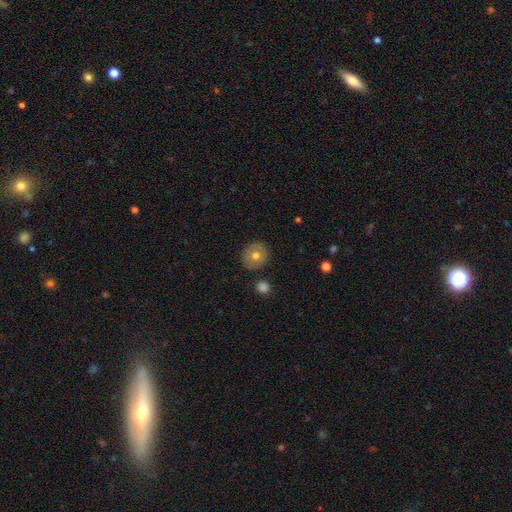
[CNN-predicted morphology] Q: Smooth or featured?
A: smooth (65%); runner-up: featured or disk (27%)
Q: How rounded?
A: round (82%); runner-up: in between (17%)
Q: Merging?
A: none (86%); runner-up: minor disturbance (9%)